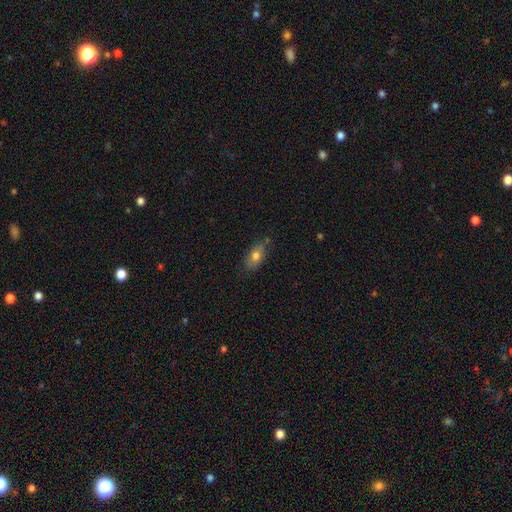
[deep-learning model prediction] Smooth or featured? smooth (74%)
How rounded? in between (85%)
Merging? none (71%)